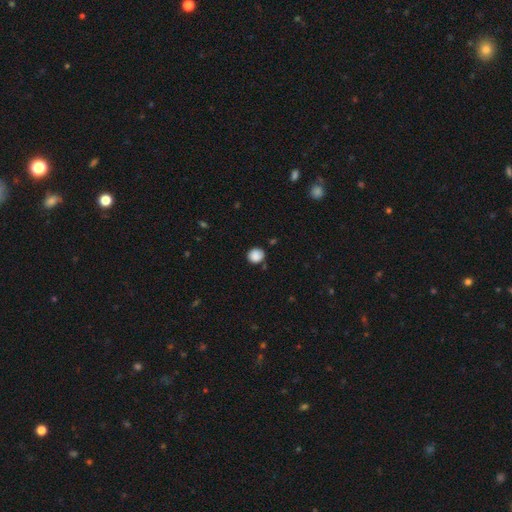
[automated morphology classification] smooth-or-featured: smooth: 87% | star or artifact: 9% | featured or disk: 4%
  how-rounded: round: 85% | in between: 14% | cigar-shaped: 1%
  merging: none: 82% | minor disturbance: 13% | major disturbance: 3% | merger: 3%